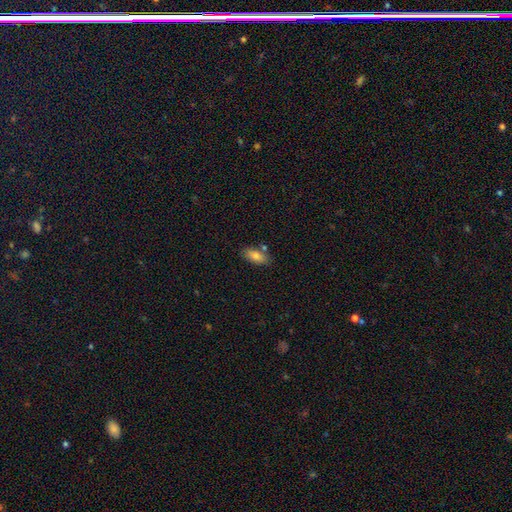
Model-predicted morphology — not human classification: smooth 78%, featured or disk 14%, star or artifact 8%. Down the decision tree: how rounded — in between (84%); merging — none (76%).